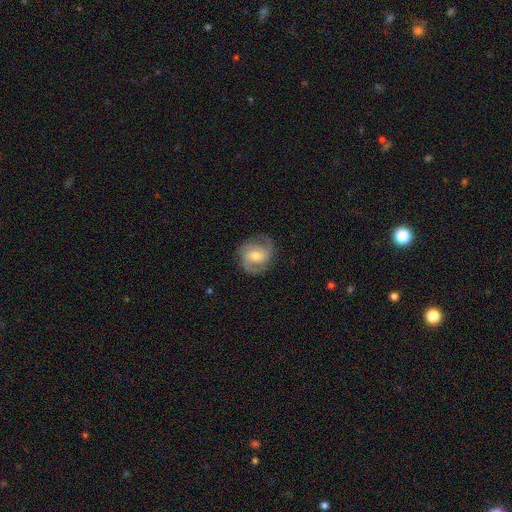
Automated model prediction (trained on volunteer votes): Smooth or featured?
  - featured or disk: 82% *
  - smooth: 13%
  - star or artifact: 5%
Edge-on disk?
  - no: 98% *
  - yes: 2%
Bar?
  - weak: 45% *
  - no: 41%
  - strong: 15%
Spiral arms?
  - yes: 96% *
  - no: 4%
Spiral winding?
  - medium: 51% *
  - tight: 31%
  - loose: 17%
Spiral arm count?
  - 2: 60% *
  - 3: 25%
  - can't tell: 7%
  - 1: 3%
  - 4: 3%
  - more than 4: 2%
Bulge size?
  - moderate: 60% *
  - small: 35%
  - large: 3%
  - none: 1%
  - dominant: 1%
Merging?
  - none: 77% *
  - minor disturbance: 16%
  - major disturbance: 6%
  - merger: 1%